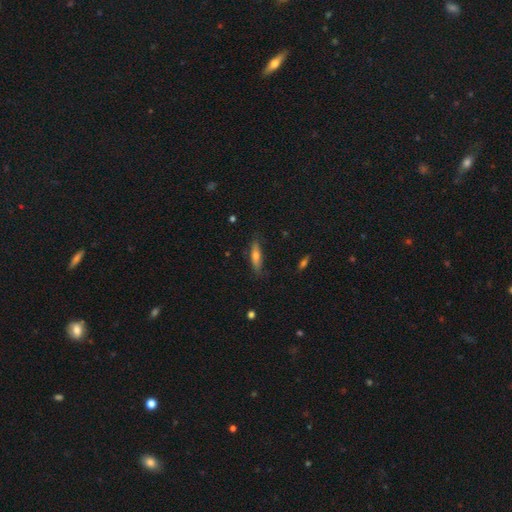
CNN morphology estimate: Q: Smooth or featured?
A: smooth (61%); runner-up: featured or disk (32%)
Q: How rounded?
A: cigar-shaped (69%); runner-up: in between (29%)
Q: Merging?
A: none (79%); runner-up: minor disturbance (17%)